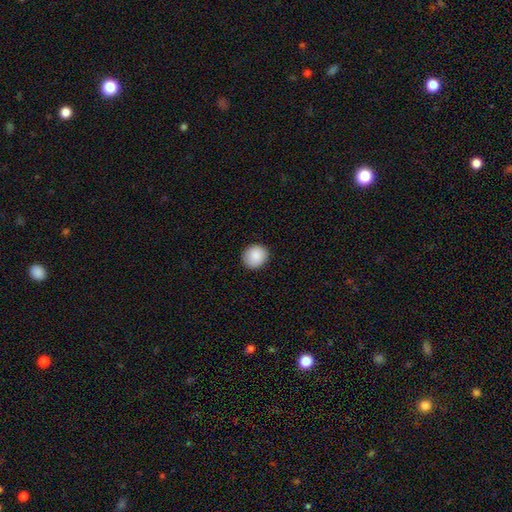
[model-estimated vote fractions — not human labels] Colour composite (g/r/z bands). It shows a smooth galaxy with no disk features (89%) that is round (85%). Merging: none (90%).